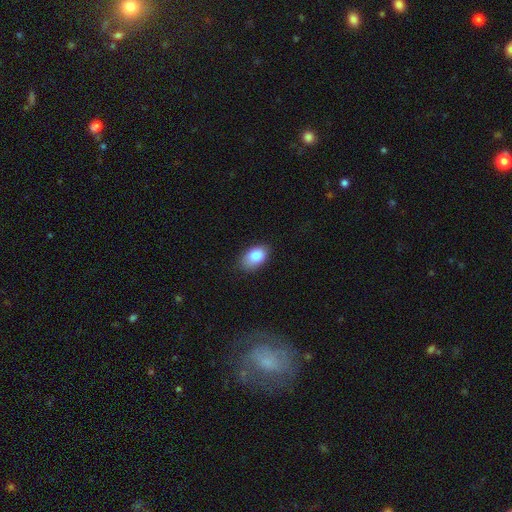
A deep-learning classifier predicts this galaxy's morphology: smooth-or-featured: smooth: 86% | star or artifact: 7% | featured or disk: 7%
  how-rounded: in between: 88% | round: 10% | cigar-shaped: 1%
  merging: none: 73% | minor disturbance: 21% | major disturbance: 4% | merger: 1%